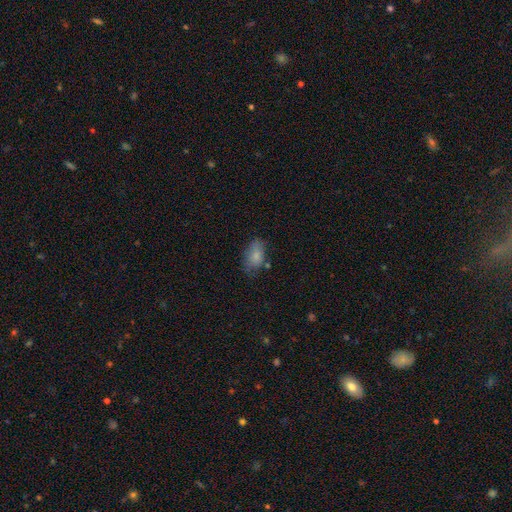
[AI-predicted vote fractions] Morphology: type=smooth (81%); roundness=in between (90%); merging=none (61%).